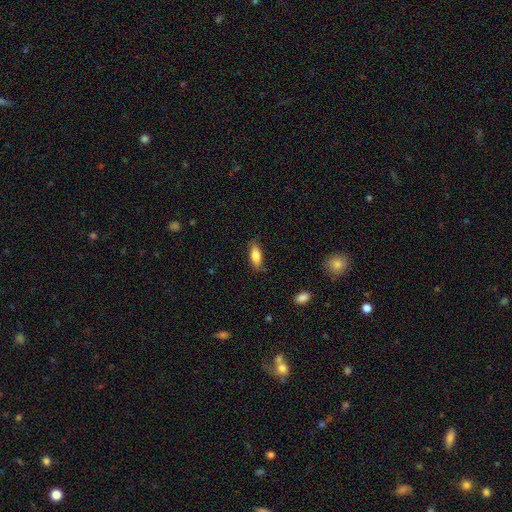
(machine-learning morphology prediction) Smooth or featured?
  - smooth: 80% *
  - featured or disk: 13%
  - star or artifact: 7%
How rounded?
  - in between: 68% *
  - cigar-shaped: 30%
  - round: 2%
Merging?
  - none: 77% *
  - minor disturbance: 18%
  - major disturbance: 4%
  - merger: 1%